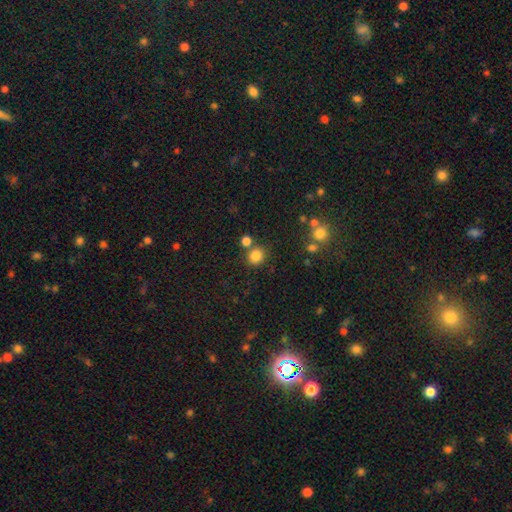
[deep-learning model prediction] smooth_or_featured: smooth (p=0.82) [alt: star or artifact p=0.13]
how_rounded: round (p=0.81) [alt: in between p=0.18]
merging: none (p=0.73) [alt: merger p=0.14]